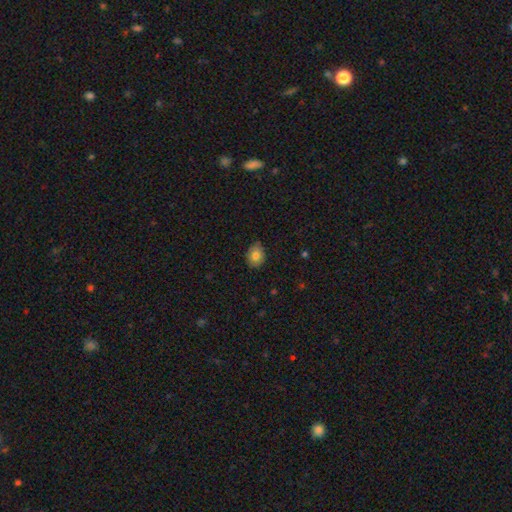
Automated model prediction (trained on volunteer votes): Smooth or featured: smooth — 81% (featured or disk — 11%)
How rounded: in between — 50% (round — 49%)
Merging: none — 79% (minor disturbance — 18%)